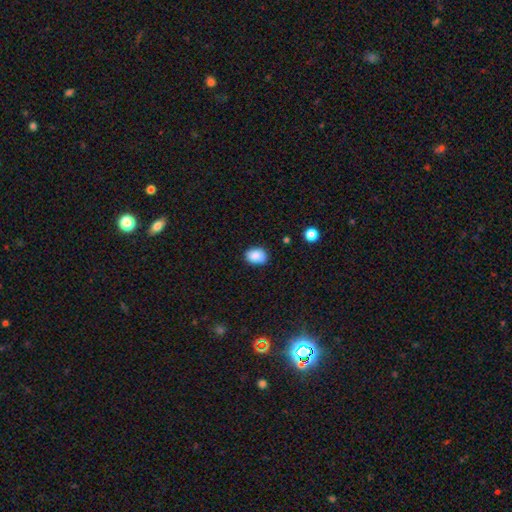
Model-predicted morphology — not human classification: Smooth or featured? smooth (87%)
How rounded? in between (74%)
Merging? none (75%)